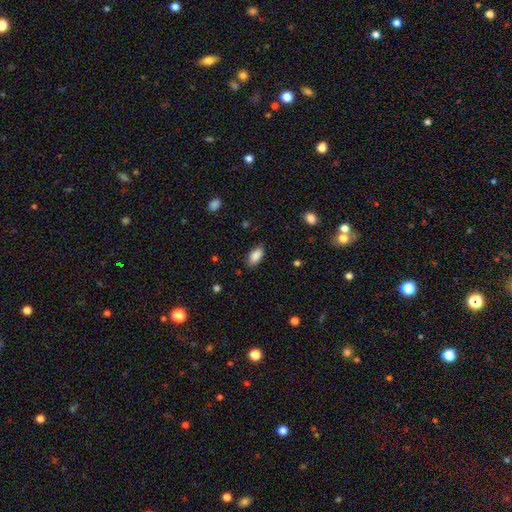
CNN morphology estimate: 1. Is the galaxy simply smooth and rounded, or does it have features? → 87% smooth, 7% star or artifact, 5% featured or disk.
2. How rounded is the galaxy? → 90% in between, 7% cigar-shaped, 3% round.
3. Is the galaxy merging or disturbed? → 82% none, 13% minor disturbance, 3% major disturbance, 1% merger.